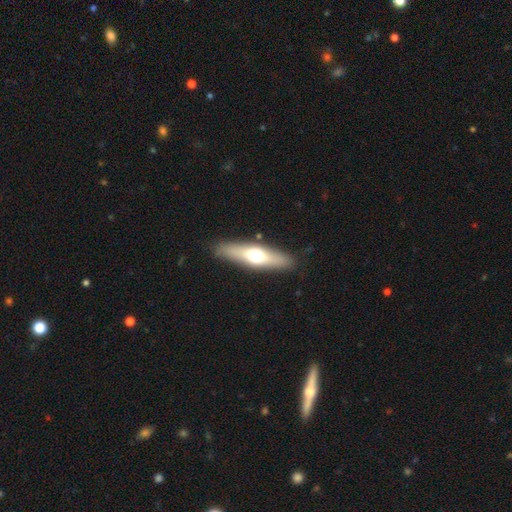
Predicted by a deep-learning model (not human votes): Q: Smooth or featured?
A: smooth (49%); runner-up: featured or disk (45%)
Q: Merging?
A: none (88%); runner-up: minor disturbance (9%)